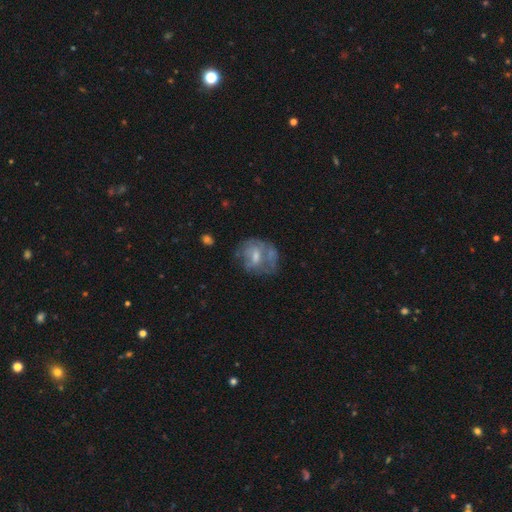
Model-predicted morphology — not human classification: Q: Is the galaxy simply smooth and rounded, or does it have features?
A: featured or disk — 55%.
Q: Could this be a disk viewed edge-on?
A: no — 96%.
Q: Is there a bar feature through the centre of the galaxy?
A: no — 56%.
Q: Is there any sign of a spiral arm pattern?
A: no — 57%.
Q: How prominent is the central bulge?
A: moderate — 47%.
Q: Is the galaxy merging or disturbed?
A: none — 49%.